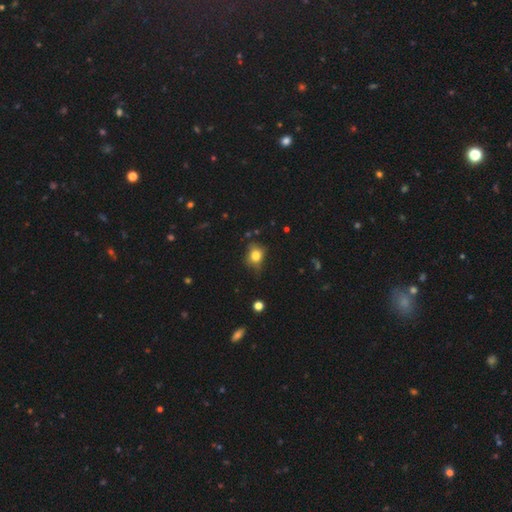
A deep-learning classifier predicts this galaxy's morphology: type=smooth (78%); roundness=round (58%); merging=none (61%).